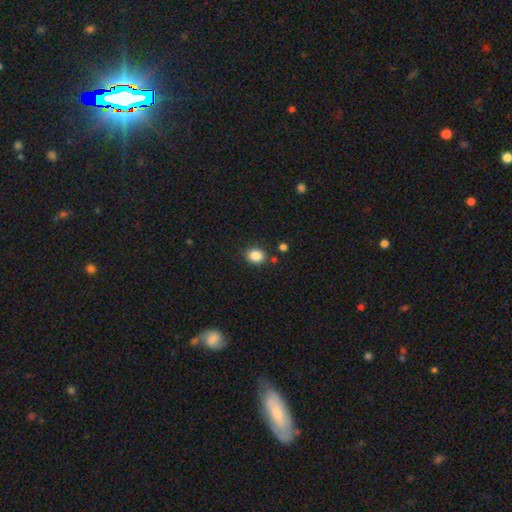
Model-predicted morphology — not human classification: This is clearly a smooth galaxy (86%). How rounded: possibly round (53%). Merging: clearly none (83%).